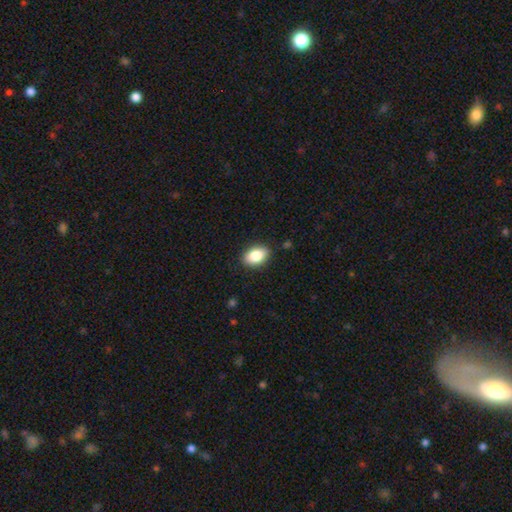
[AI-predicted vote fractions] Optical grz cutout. It shows a smooth galaxy with no disk features (84%) that is in between round and cigar-shaped (85%). Merging: none (88%).